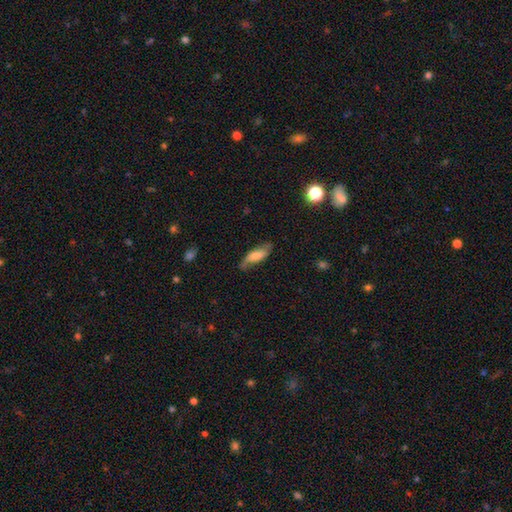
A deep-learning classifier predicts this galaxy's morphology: Smooth or featured: smooth — 53% (featured or disk — 39%)
How rounded: in between — 59% (cigar-shaped — 38%)
Merging: none — 64% (minor disturbance — 26%)